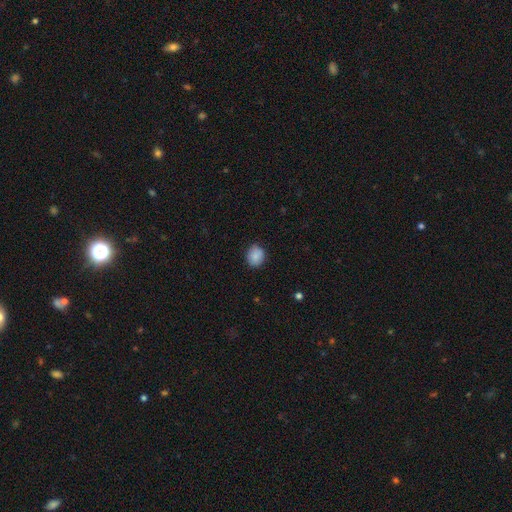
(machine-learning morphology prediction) Q: Smooth or featured?
A: smooth (86%); runner-up: star or artifact (8%)
Q: How rounded?
A: round (72%); runner-up: in between (27%)
Q: Merging?
A: none (83%); runner-up: minor disturbance (13%)